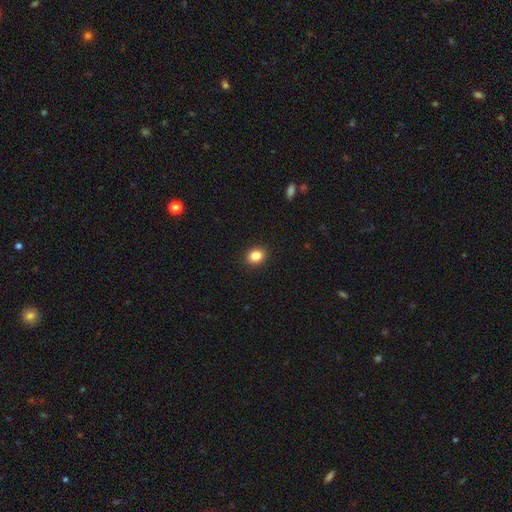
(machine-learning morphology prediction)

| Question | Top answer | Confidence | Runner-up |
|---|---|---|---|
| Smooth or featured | smooth | 85% | star or artifact (10%) |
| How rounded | round | 58% | in between (41%) |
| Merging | none | 91% | minor disturbance (6%) |